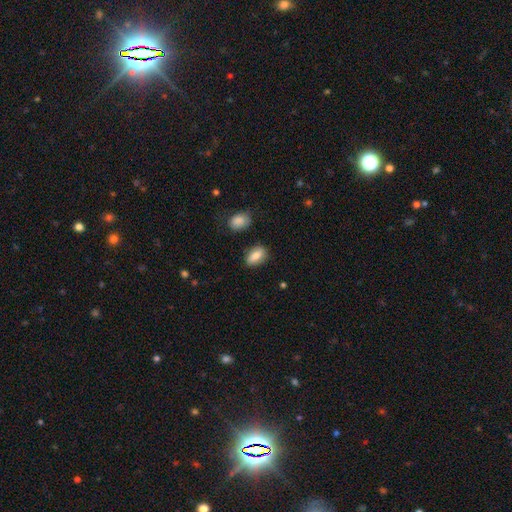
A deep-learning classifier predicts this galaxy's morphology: This is clearly a smooth galaxy (83%). How rounded: clearly in between (89%). Merging: clearly none (82%).